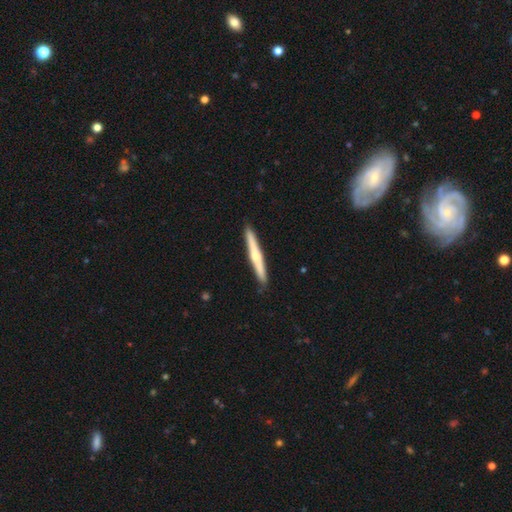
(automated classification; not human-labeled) Smooth or featured? Predicted: featured or disk (p=0.57). Edge-on disk? Predicted: yes (p=0.97). Edge-on bulge? Predicted: rounded (p=0.76). Merging? Predicted: none (p=0.91).